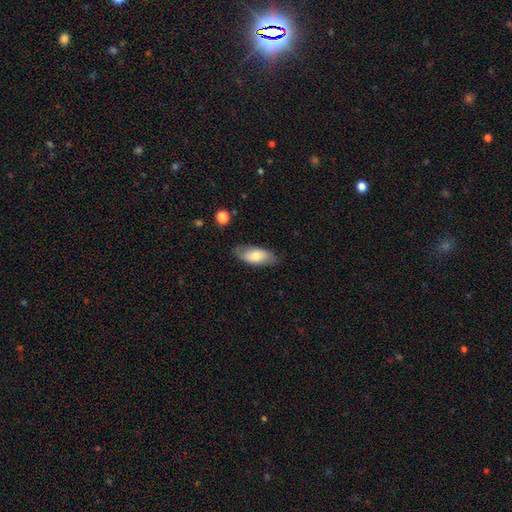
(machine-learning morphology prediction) Smooth or featured?
  - smooth: 73% *
  - featured or disk: 21%
  - star or artifact: 7%
How rounded?
  - in between: 87% *
  - cigar-shaped: 10%
  - round: 3%
Merging?
  - none: 78% *
  - minor disturbance: 17%
  - major disturbance: 4%
  - merger: 1%